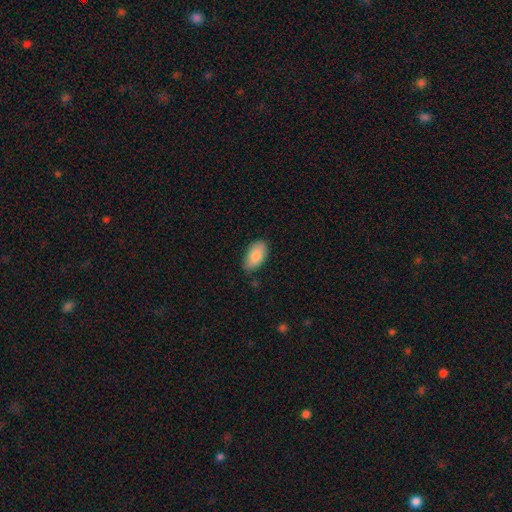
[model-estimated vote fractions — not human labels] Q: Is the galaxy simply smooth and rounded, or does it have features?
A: smooth — 85%.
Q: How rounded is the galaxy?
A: in between — 94%.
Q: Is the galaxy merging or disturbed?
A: none — 80%.